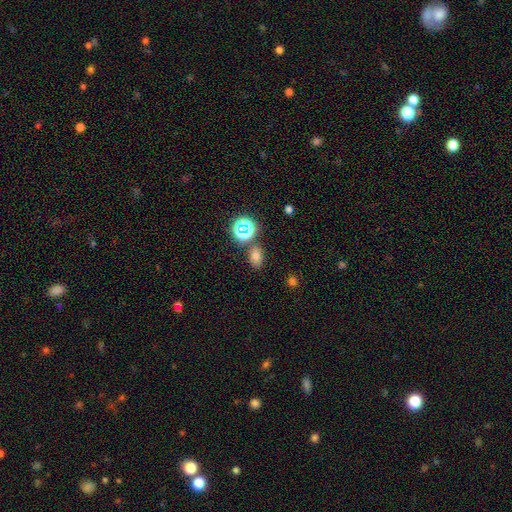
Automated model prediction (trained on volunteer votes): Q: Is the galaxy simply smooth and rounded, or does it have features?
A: smooth — 68%.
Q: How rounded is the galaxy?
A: in between — 70%.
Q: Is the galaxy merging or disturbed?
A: none — 78%.